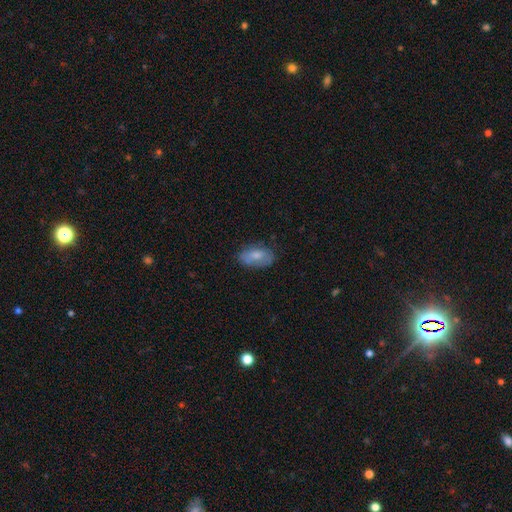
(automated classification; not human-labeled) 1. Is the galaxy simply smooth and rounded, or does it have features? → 74% smooth, 19% featured or disk, 7% star or artifact.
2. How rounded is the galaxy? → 91% in between, 6% round, 2% cigar-shaped.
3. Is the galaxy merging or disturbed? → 70% none, 23% minor disturbance, 6% major disturbance, 2% merger.